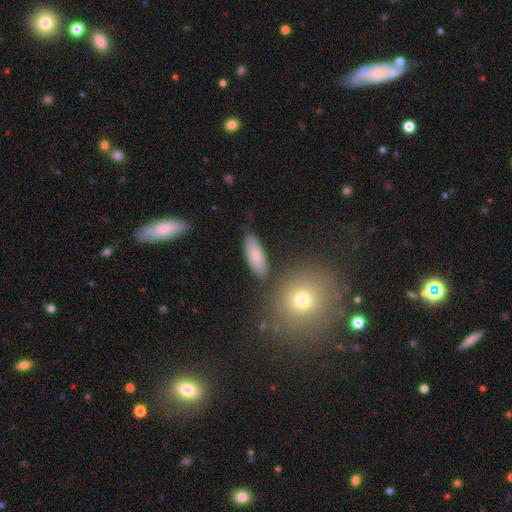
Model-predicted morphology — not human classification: This appears to be a smooth galaxy with no disk features (78%) that is in between round and cigar-shaped (74%). Merging: none (79%).